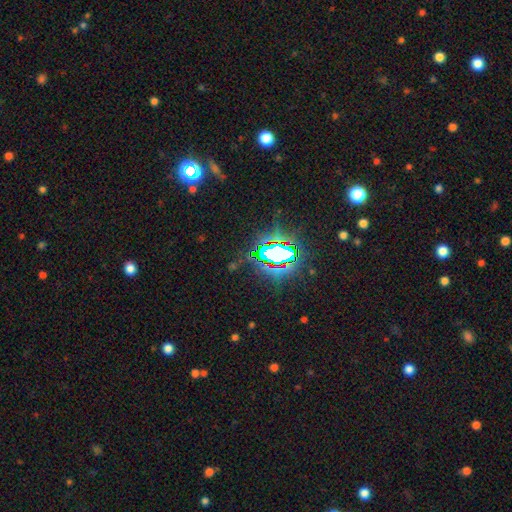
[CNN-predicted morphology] smooth_or_featured: star or artifact (p=0.75) [alt: smooth p=0.14]